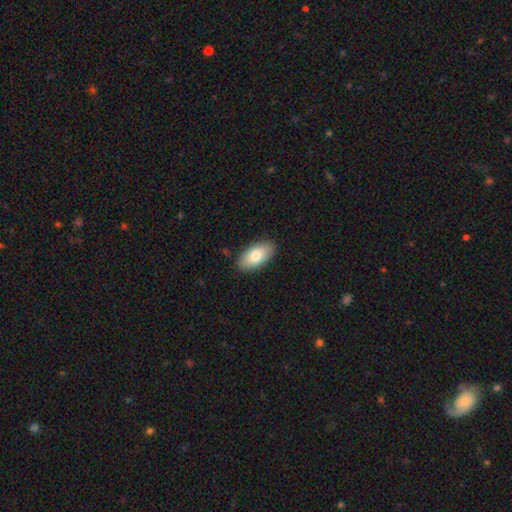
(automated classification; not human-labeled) Q: Smooth or featured?
A: smooth (78%); runner-up: featured or disk (16%)
Q: How rounded?
A: in between (94%); runner-up: cigar-shaped (3%)
Q: Merging?
A: none (88%); runner-up: minor disturbance (9%)